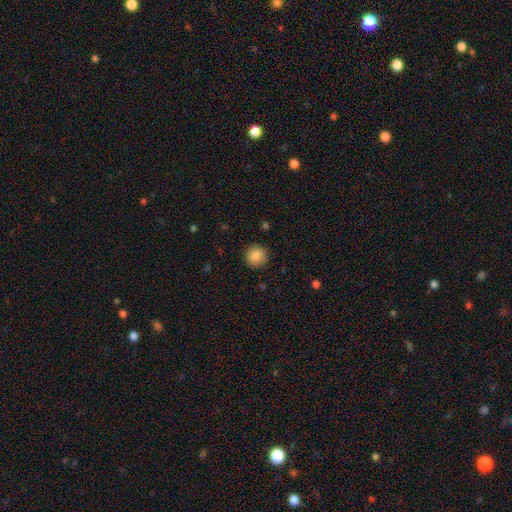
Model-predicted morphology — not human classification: Smooth or featured? smooth (87%)
How rounded? round (90%)
Merging? none (89%)